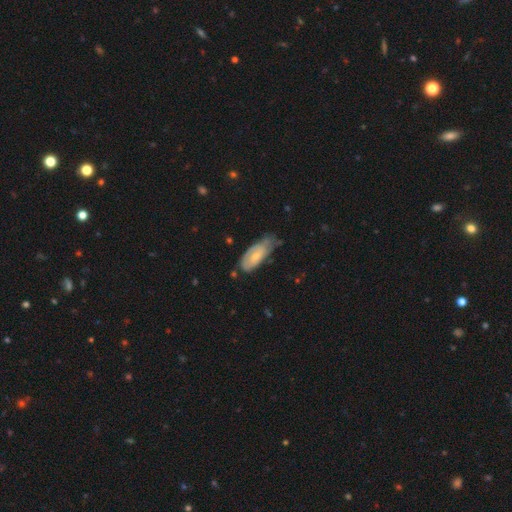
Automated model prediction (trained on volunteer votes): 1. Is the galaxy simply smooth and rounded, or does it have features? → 48% smooth, 46% featured or disk, 6% star or artifact.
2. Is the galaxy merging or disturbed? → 44% none, 39% minor disturbance, 13% major disturbance, 3% merger.